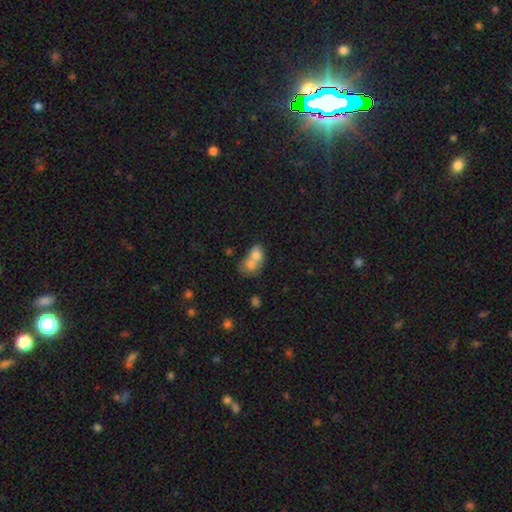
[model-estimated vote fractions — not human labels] Smooth or featured: smooth — 72% (featured or disk — 19%)
How rounded: in between — 64% (round — 35%)
Merging: merger — 75% (none — 15%)